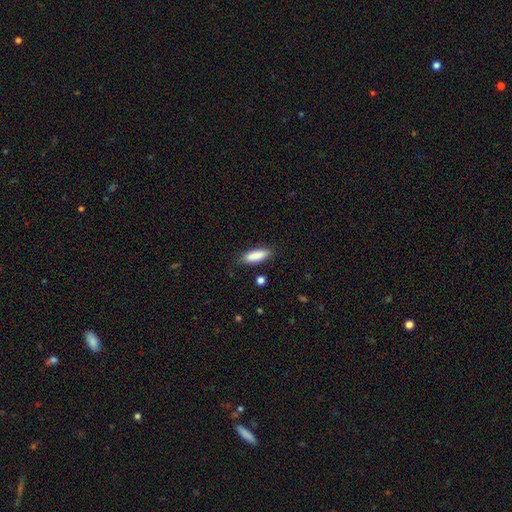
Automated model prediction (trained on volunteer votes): Smooth or featured?
  - smooth: 87% *
  - featured or disk: 7%
  - star or artifact: 6%
How rounded?
  - in between: 59% *
  - cigar-shaped: 40%
  - round: 2%
Merging?
  - none: 84% *
  - minor disturbance: 12%
  - major disturbance: 3%
  - merger: 2%